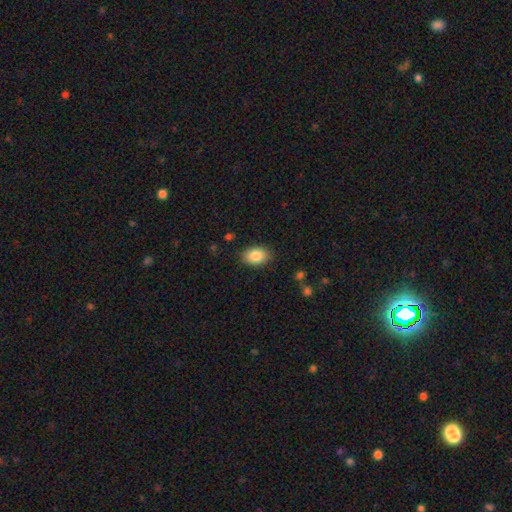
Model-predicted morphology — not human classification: type=smooth (85%); roundness=in between (83%); merging=none (87%).